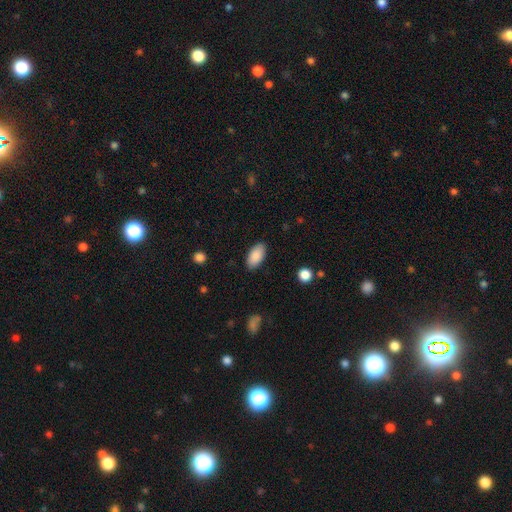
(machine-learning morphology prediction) Smooth or featured: smooth — 89% (star or artifact — 6%)
How rounded: in between — 94% (cigar-shaped — 3%)
Merging: none — 88% (minor disturbance — 9%)